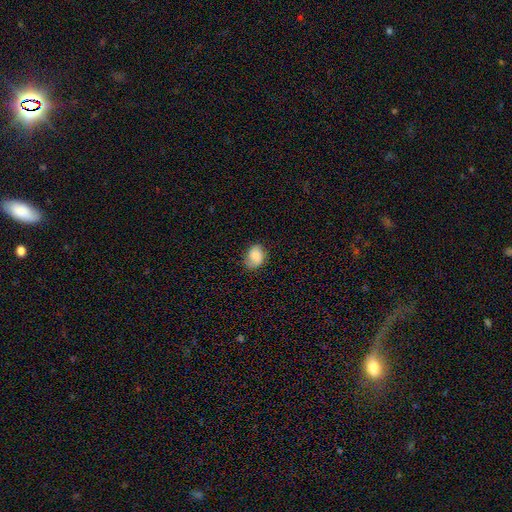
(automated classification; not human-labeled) The model was most divided on "how rounded": in between: 64%, round: 35%, cigar-shaped: 1%. More confident: smooth or featured — smooth (77%); merging — none (69%).